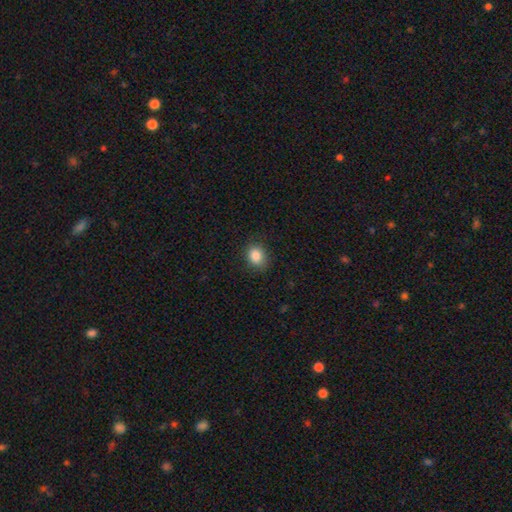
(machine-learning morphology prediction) smooth_or_featured: smooth (p=0.86) [alt: star or artifact p=0.10]
how_rounded: round (p=0.53) [alt: in between p=0.46]
merging: none (p=0.84) [alt: minor disturbance p=0.12]